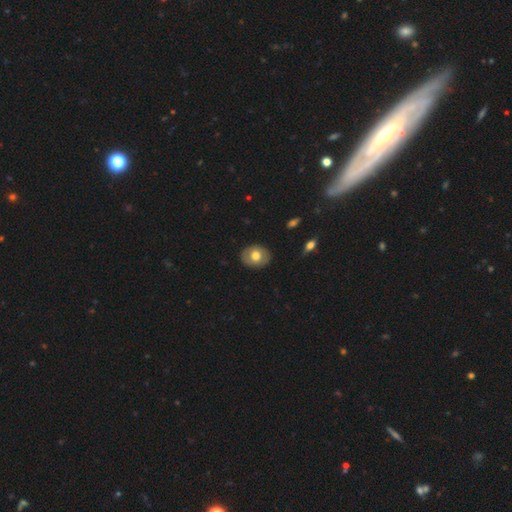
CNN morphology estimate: The model was most divided on "how rounded": round: 53%, in between: 46%, cigar-shaped: 1%. More confident: merging — none (88%); smooth or featured — smooth (64%).